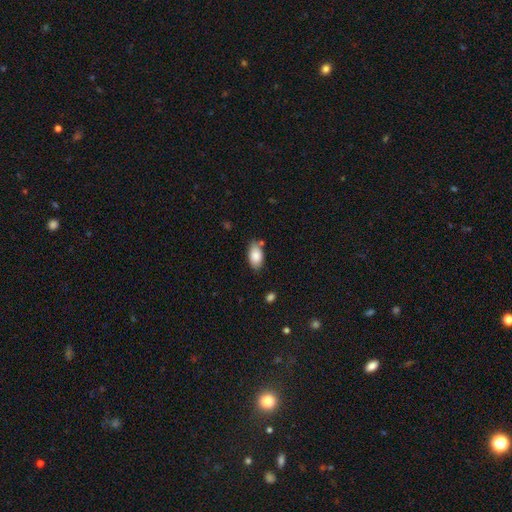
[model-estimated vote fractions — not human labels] Smooth or featured: smooth — 86% (featured or disk — 7%)
How rounded: in between — 93% (round — 5%)
Merging: none — 76% (minor disturbance — 16%)